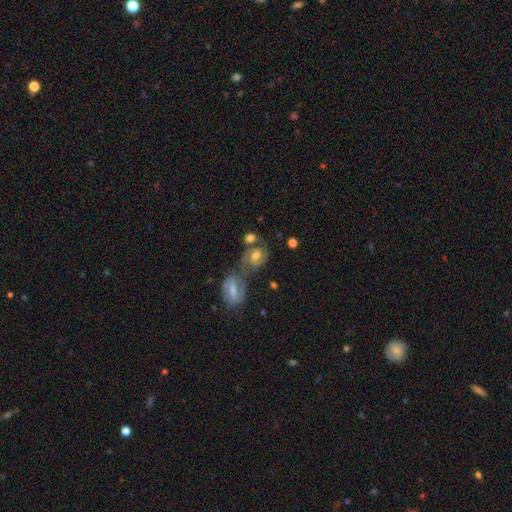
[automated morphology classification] Q: Smooth or featured?
A: featured or disk (57%); runner-up: smooth (33%)
Q: Edge-on disk?
A: no (95%); runner-up: yes (5%)
Q: Bar?
A: no (52%); runner-up: weak (35%)
Q: Spiral arms?
A: yes (73%); runner-up: no (27%)
Q: Bulge size?
A: moderate (60%); runner-up: small (17%)
Q: Merging?
A: merger (45%); runner-up: none (34%)